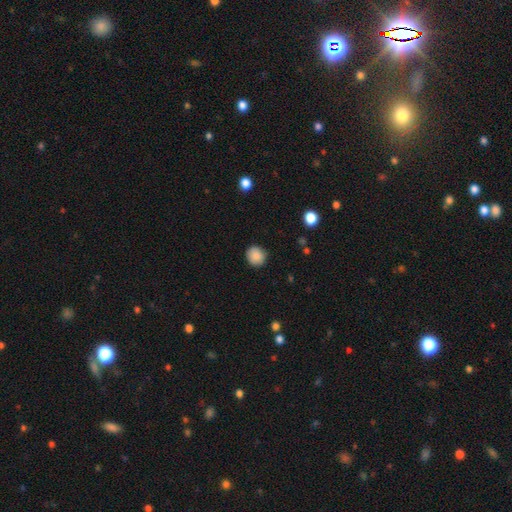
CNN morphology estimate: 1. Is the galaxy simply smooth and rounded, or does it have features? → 87% smooth, 8% star or artifact, 5% featured or disk.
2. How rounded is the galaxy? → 90% round, 9% in between, 1% cigar-shaped.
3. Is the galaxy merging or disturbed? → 88% none, 9% minor disturbance, 2% major disturbance, 1% merger.